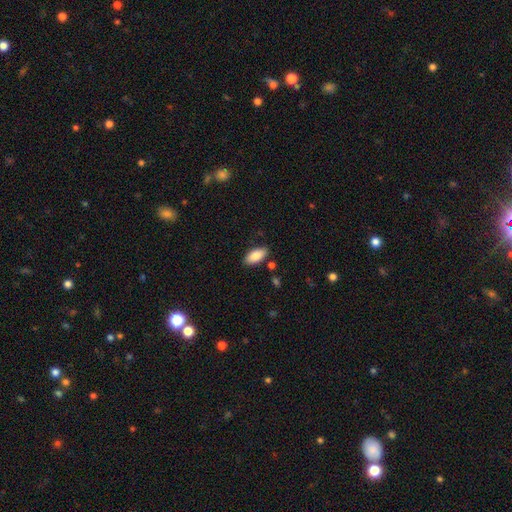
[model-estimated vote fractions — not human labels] Smooth or featured? Predicted: smooth (p=0.86). How rounded? Predicted: in between (p=0.91). Merging? Predicted: none (p=0.85).